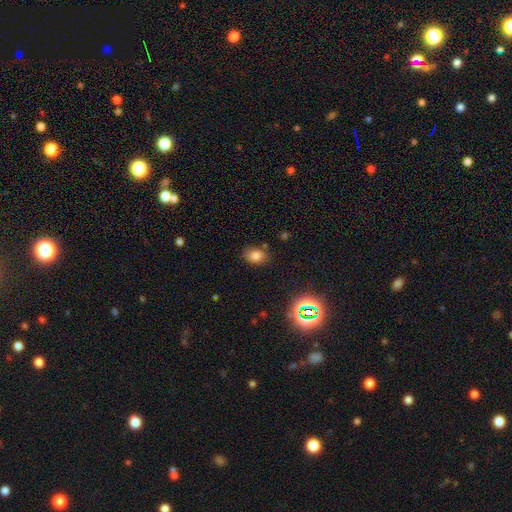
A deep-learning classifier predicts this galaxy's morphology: type=smooth (77%); roundness=in between (71%); merging=none (79%).